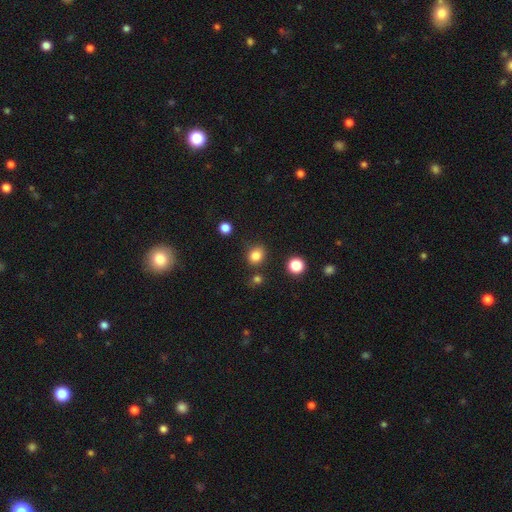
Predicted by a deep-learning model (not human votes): smooth 82%, star or artifact 13%, featured or disk 5%. Down the decision tree: how rounded — round (60%); merging — none (78%).